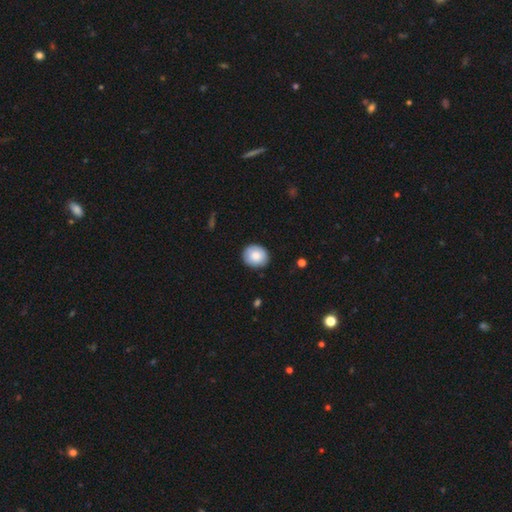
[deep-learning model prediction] Q: Smooth or featured?
A: smooth (84%); runner-up: featured or disk (9%)
Q: How rounded?
A: round (76%); runner-up: in between (24%)
Q: Merging?
A: none (87%); runner-up: minor disturbance (10%)